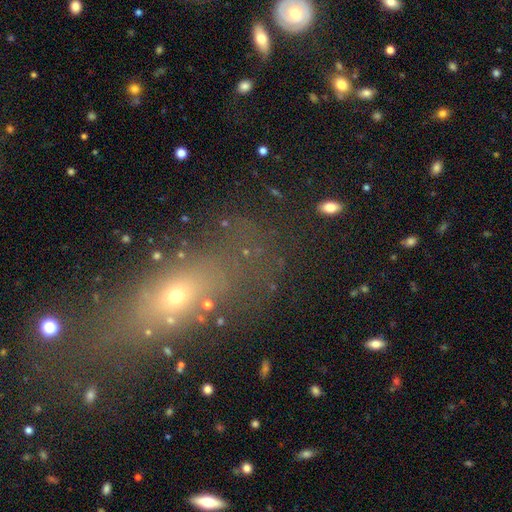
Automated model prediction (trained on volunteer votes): smooth-or-featured: smooth: 48% | star or artifact: 29% | featured or disk: 22%
  merging: none: 66% | minor disturbance: 15% | major disturbance: 11% | merger: 7%